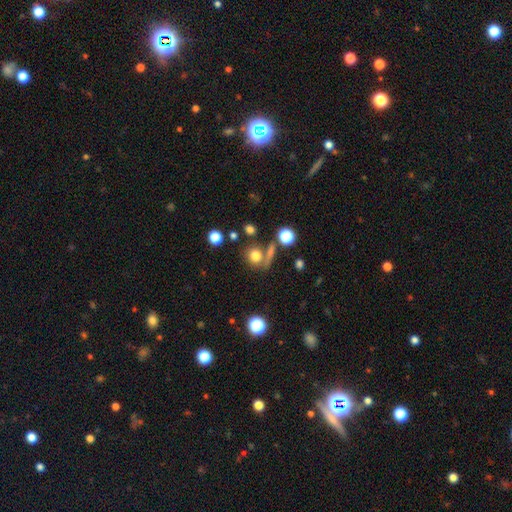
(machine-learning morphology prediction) Smooth or featured? smooth (76%)
How rounded? round (79%)
Merging? none (62%)